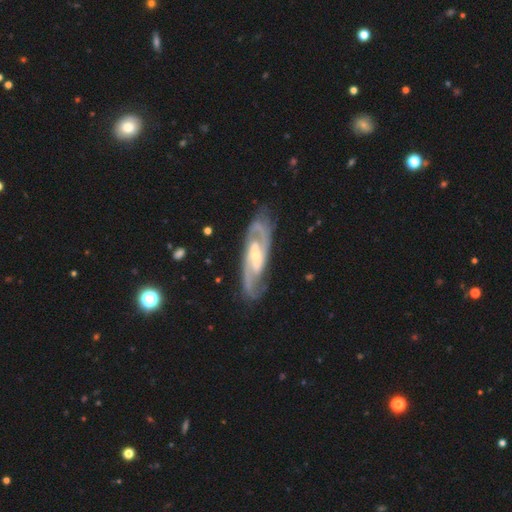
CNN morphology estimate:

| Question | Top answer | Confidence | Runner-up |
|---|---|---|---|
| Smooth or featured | featured or disk | 91% | smooth (5%) |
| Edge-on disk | no | 93% | yes (7%) |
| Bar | weak | 41% | strong (37%) |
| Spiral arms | yes | 98% | no (2%) |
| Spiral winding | medium | 52% | tight (37%) |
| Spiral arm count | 2 | 88% | can't tell (4%) |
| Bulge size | small | 62% | moderate (33%) |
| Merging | none | 82% | minor disturbance (13%) |